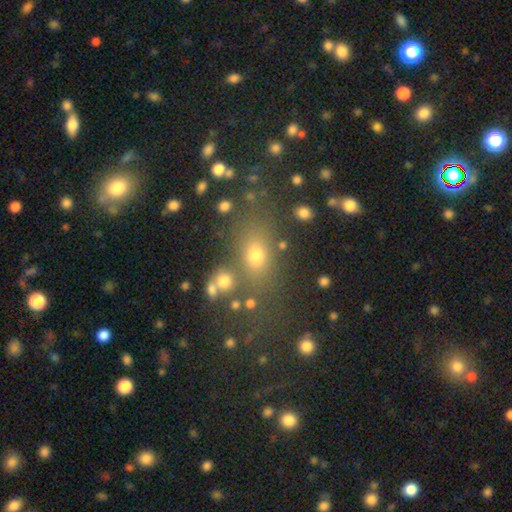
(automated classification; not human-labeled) A smooth galaxy with no disk features (58%) that is in between round and cigar-shaped (54%). Merging: none (70%).